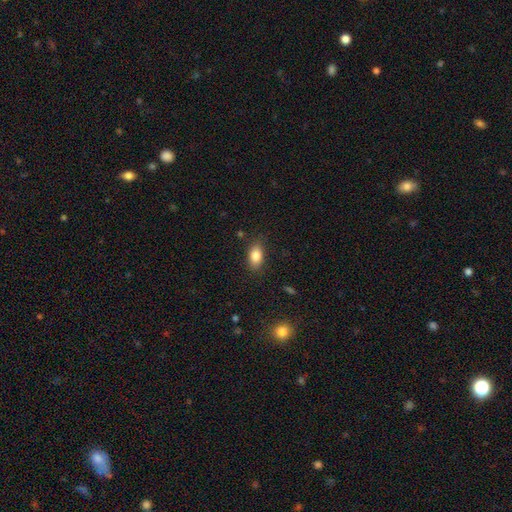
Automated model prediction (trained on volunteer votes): smooth_or_featured: smooth (p=0.84) [alt: star or artifact p=0.08]
how_rounded: in between (p=0.88) [alt: round p=0.07]
merging: none (p=0.84) [alt: minor disturbance p=0.12]